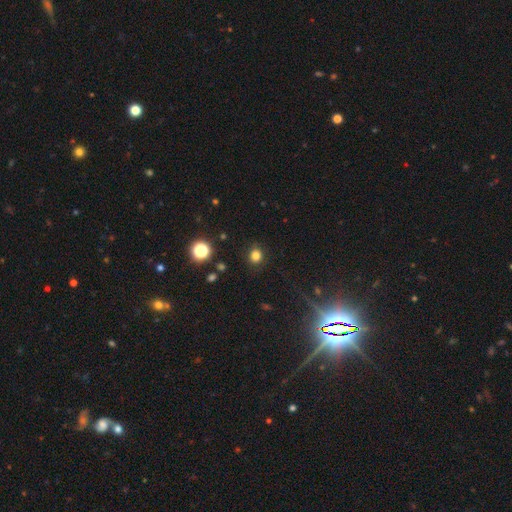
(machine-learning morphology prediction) Overall: smooth (80%). How rounded: round (80%). Merging: none (88%).